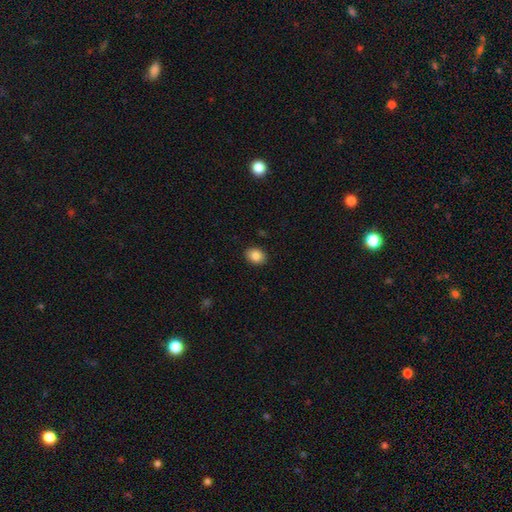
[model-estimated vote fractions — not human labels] This is clearly a smooth galaxy (85%). How rounded: likely in between (64%). Merging: clearly none (90%).